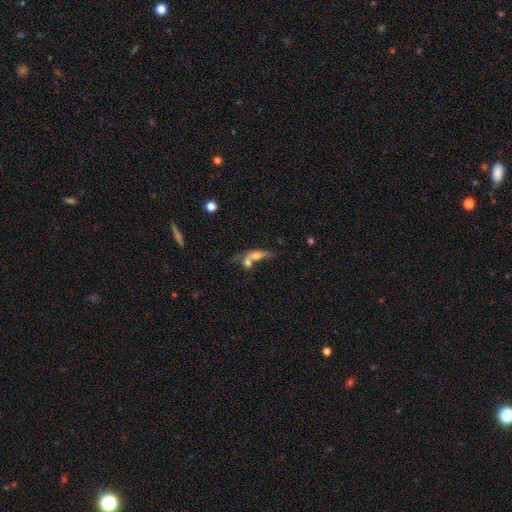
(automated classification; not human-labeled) Smooth or featured: smooth — 53% (featured or disk — 35%)
How rounded: in between — 53% (cigar-shaped — 35%)
Merging: merger — 61% (none — 19%)